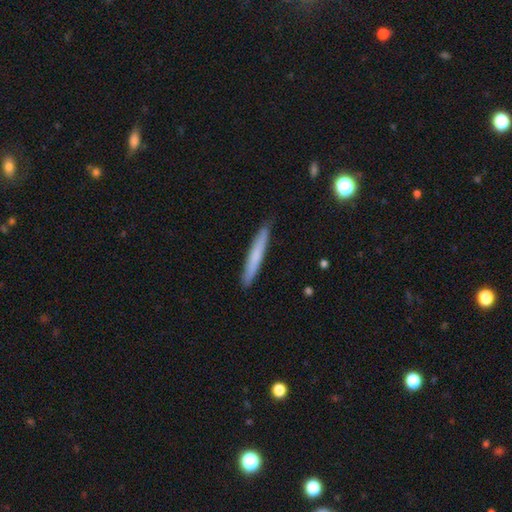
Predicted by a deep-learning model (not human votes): A smooth galaxy with no disk features (69%) that is cigar-shaped (96%).

Vote fractions:
- Smooth or featured? smooth: 69% / featured or disk: 25% / star or artifact: 6%
- How rounded? cigar-shaped: 96% / in between: 3% / round: 1%
- Merging? none: 89% / minor disturbance: 8% / major disturbance: 1% / merger: 1%